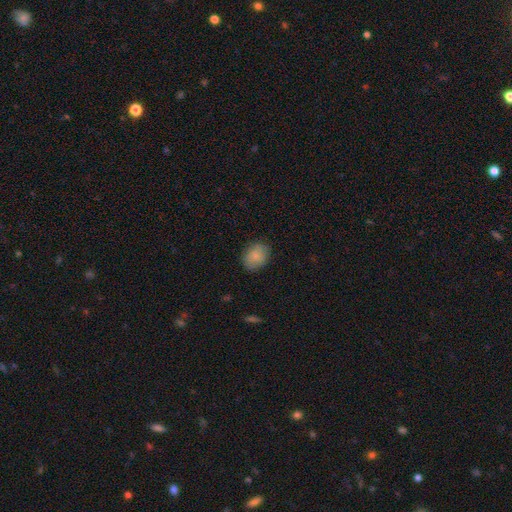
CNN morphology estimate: A smooth galaxy with no disk features (85%) that is in between round and cigar-shaped (57%). Merging: none (84%).